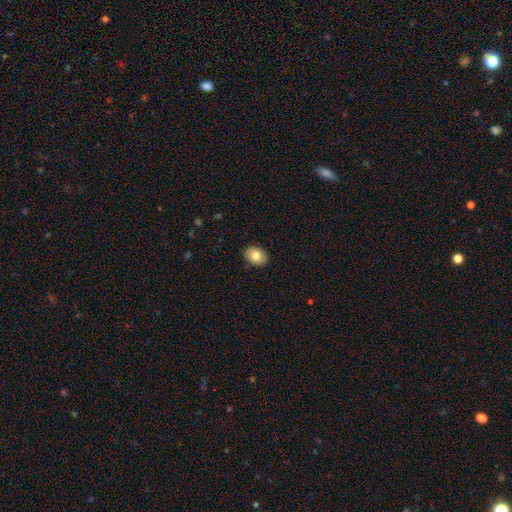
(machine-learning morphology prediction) Smooth or featured? smooth (80%)
How rounded? in between (62%)
Merging? none (88%)